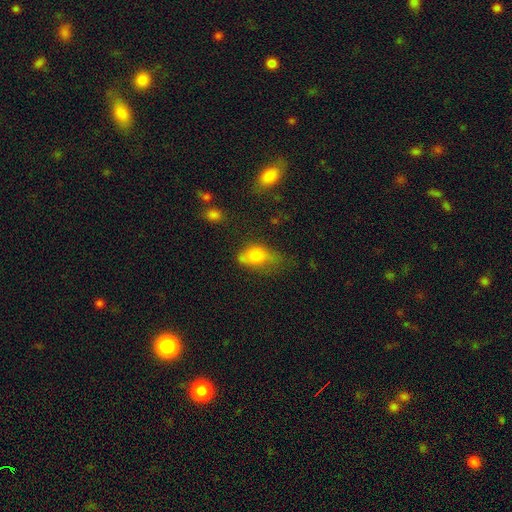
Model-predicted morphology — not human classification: smooth 73%, featured or disk 16%, star or artifact 10%. Down the decision tree: how rounded — in between (81%); merging — none (35%).